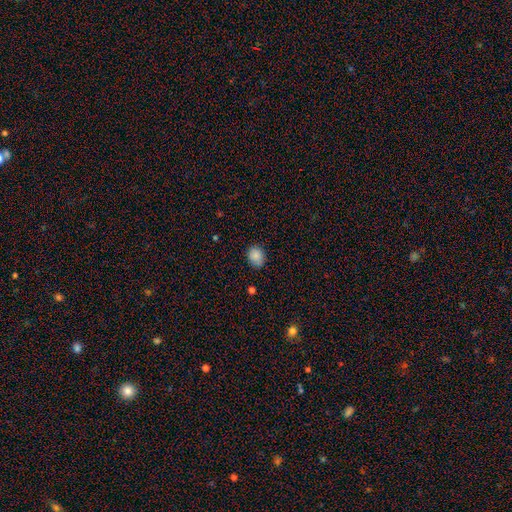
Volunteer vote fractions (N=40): A smooth galaxy with no disk features (85%) that is in between round and cigar-shaped (65%). Merging: none (77%).